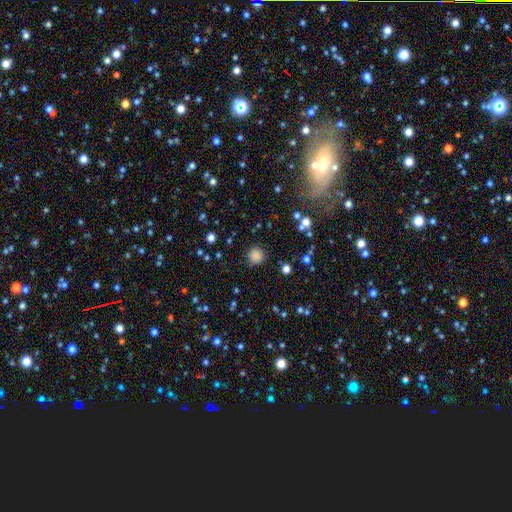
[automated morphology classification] A smooth galaxy with no disk features (83%) that is round (93%).

Vote fractions:
- Smooth or featured? smooth: 83% / star or artifact: 13% / featured or disk: 4%
- How rounded? round: 93% / in between: 6% / cigar-shaped: 1%
- Merging? none: 87% / minor disturbance: 8% / major disturbance: 3% / merger: 2%